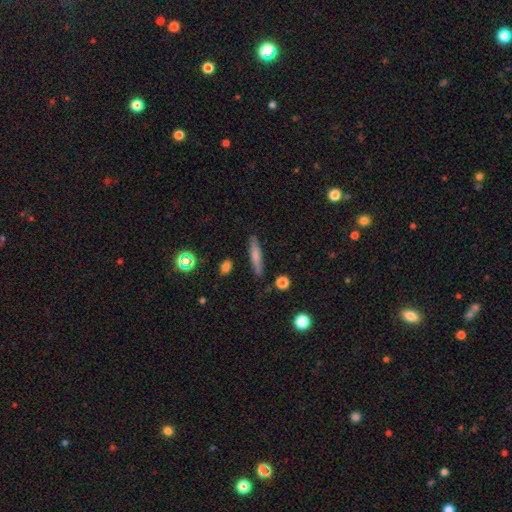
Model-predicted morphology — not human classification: This is likely a smooth galaxy (67%). How rounded: clearly cigar-shaped (88%). Merging: clearly none (85%).